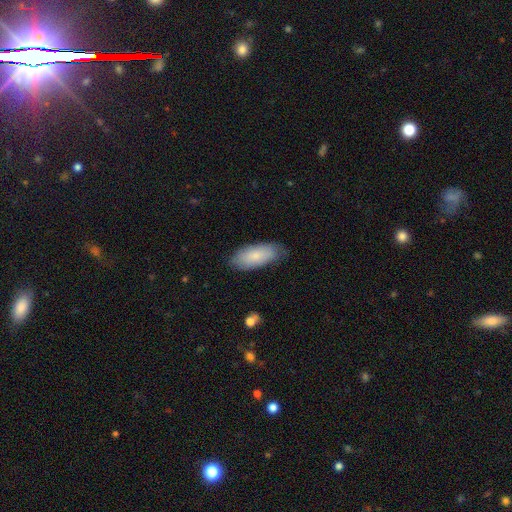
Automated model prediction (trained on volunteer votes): Morphology: type=smooth (79%); roundness=in between (83%); merging=none (75%).